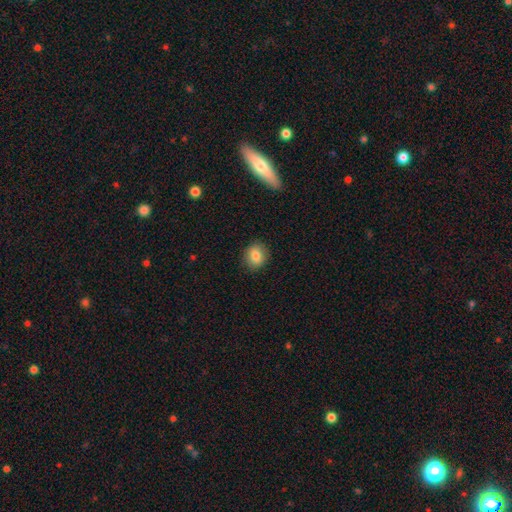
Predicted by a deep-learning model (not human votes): A smooth galaxy with no disk features (83%) that is round (66%). Merging: none (88%).